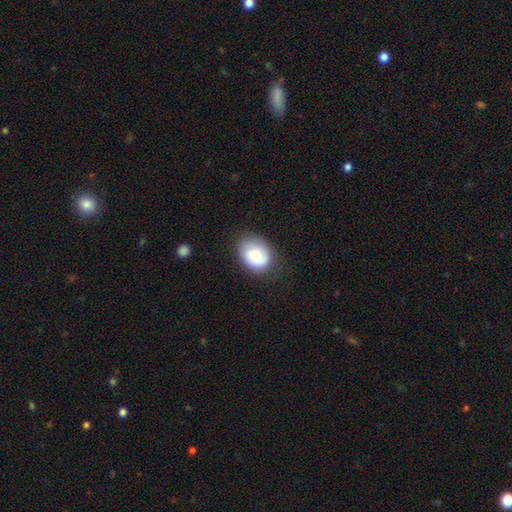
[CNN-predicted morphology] smooth 67%, featured or disk 26%, star or artifact 7%. Down the decision tree: how rounded — in between (56%); merging — none (74%).